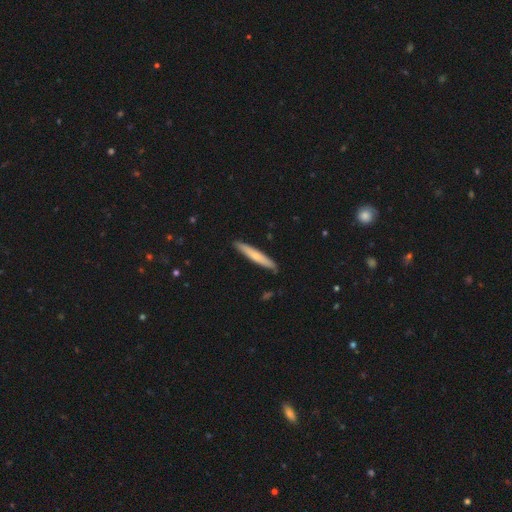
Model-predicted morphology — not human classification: The model was most divided on "smooth or featured": smooth: 60%, featured or disk: 35%, star or artifact: 5%. More confident: how rounded — cigar-shaped (94%); merging — none (89%).